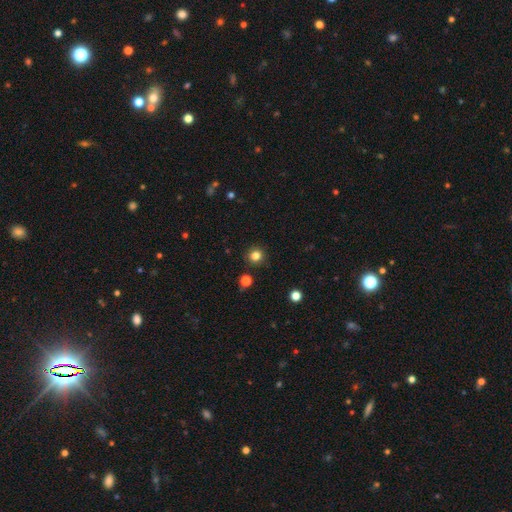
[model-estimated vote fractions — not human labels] smooth_or_featured: smooth (p=0.82) [alt: star or artifact p=0.14]
how_rounded: round (p=0.94) [alt: in between p=0.05]
merging: none (p=0.91) [alt: minor disturbance p=0.05]